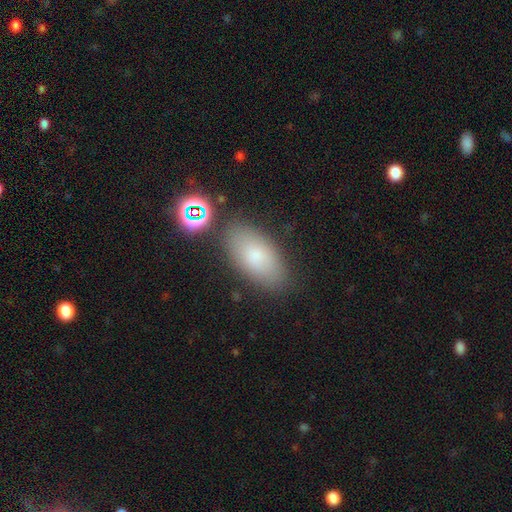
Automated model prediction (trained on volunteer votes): The model was most divided on "smooth or featured": smooth: 77%, featured or disk: 13%, star or artifact: 11%. More confident: how rounded — in between (92%); merging — none (79%).